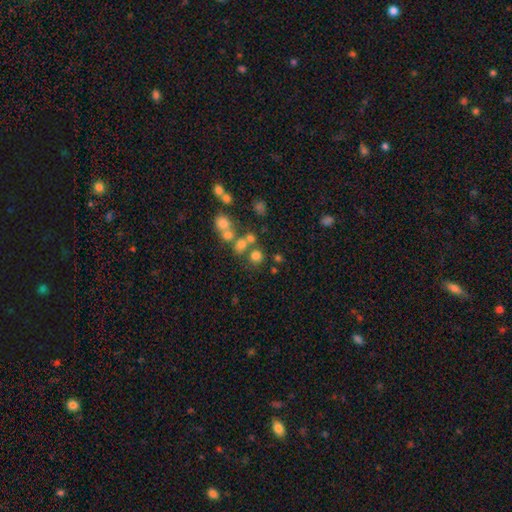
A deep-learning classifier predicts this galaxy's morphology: A smooth galaxy with no disk features (68%) that is round (85%). Merging: none (60%).